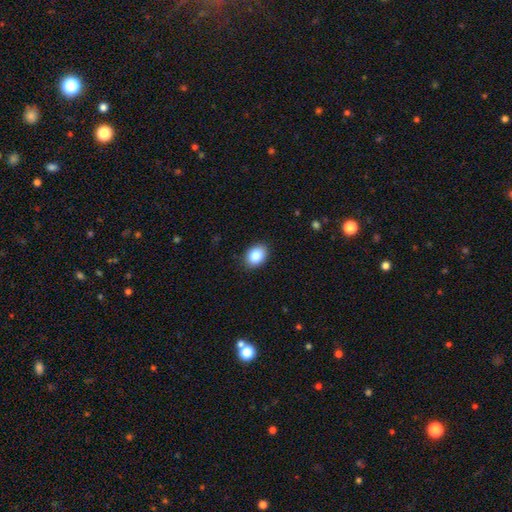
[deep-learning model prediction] smooth 85%, star or artifact 8%, featured or disk 6%. Down the decision tree: how rounded — in between (71%); merging — none (89%).